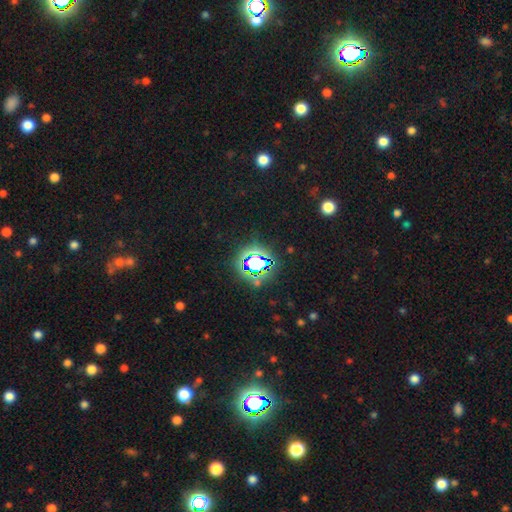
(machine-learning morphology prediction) A star or artifact, not a galaxy (68%).

Vote fractions:
- Smooth or featured? star or artifact: 68% / smooth: 22% / featured or disk: 11%